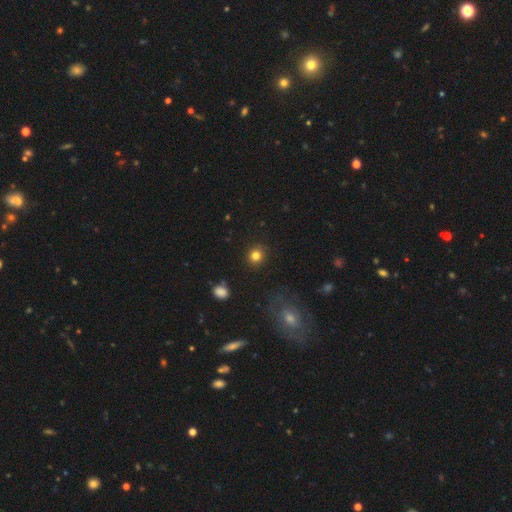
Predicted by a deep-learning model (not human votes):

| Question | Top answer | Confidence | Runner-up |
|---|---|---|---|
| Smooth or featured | smooth | 82% | star or artifact (12%) |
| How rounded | round | 86% | in between (13%) |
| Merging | none | 89% | minor disturbance (7%) |